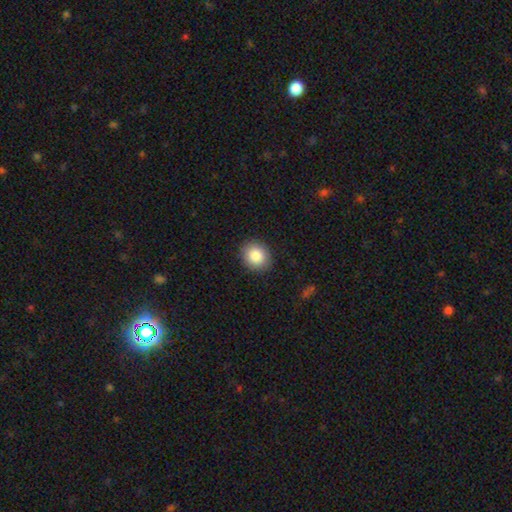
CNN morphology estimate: Smooth or featured? Predicted: smooth (p=0.86). How rounded? Predicted: round (p=0.69). Merging? Predicted: none (p=0.90).